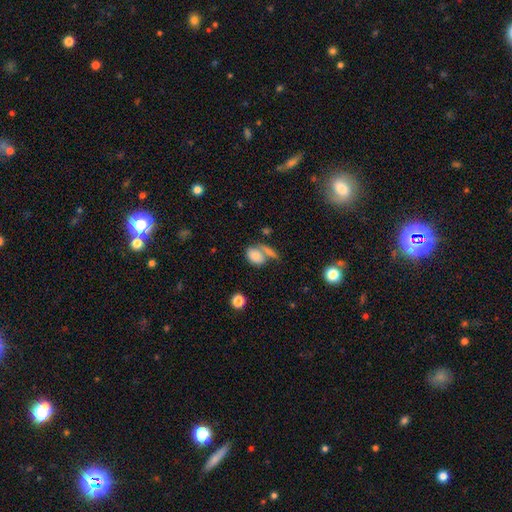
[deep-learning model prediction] Smooth or featured? smooth (77%)
How rounded? in between (74%)
Merging? none (40%)